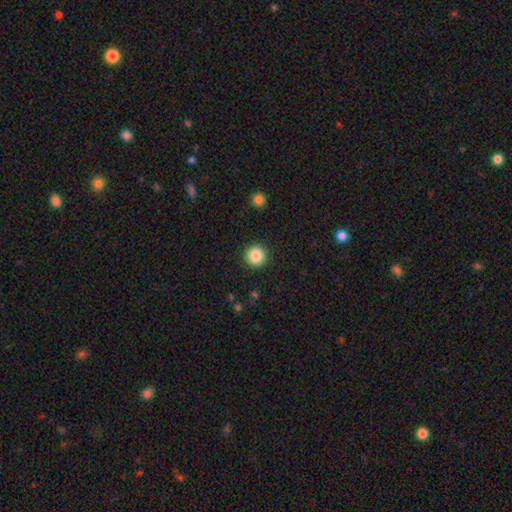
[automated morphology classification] smooth 86%, star or artifact 10%, featured or disk 4%. Down the decision tree: how rounded — round (95%); merging — none (92%).